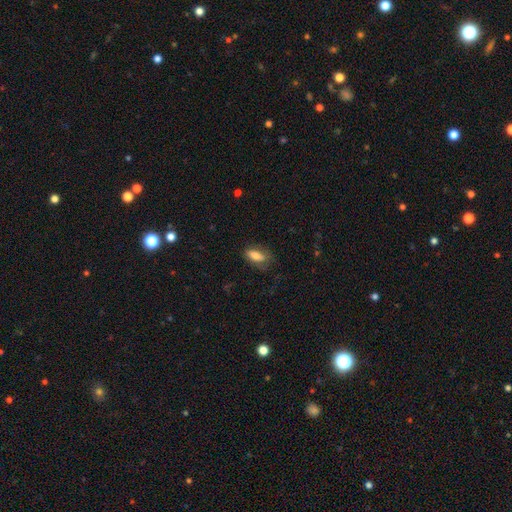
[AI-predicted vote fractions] The model was most divided on "merging": none: 65%, minor disturbance: 24%, major disturbance: 10%, merger: 1%. More confident: how rounded — in between (83%); smooth or featured — smooth (75%).